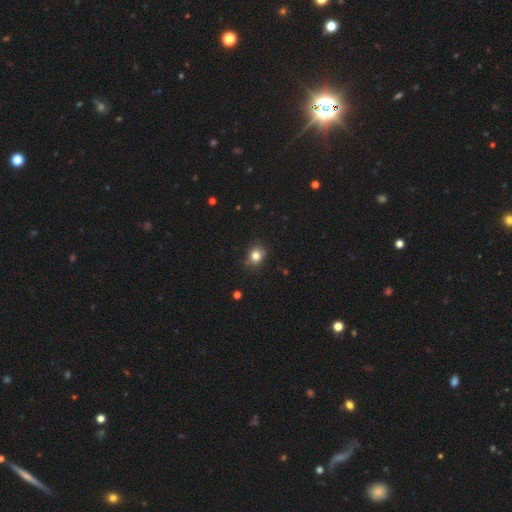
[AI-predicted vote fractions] Smooth or featured: smooth — 80% (star or artifact — 13%)
How rounded: round — 75% (in between — 24%)
Merging: none — 77% (minor disturbance — 17%)